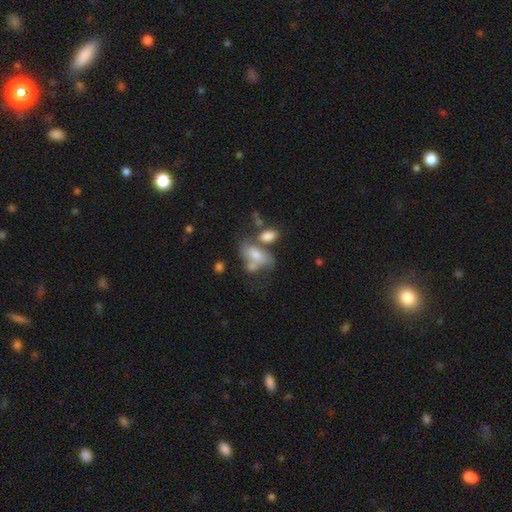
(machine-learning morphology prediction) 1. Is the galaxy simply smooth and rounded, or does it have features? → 59% smooth, 32% featured or disk, 9% star or artifact.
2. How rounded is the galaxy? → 88% in between, 8% round, 4% cigar-shaped.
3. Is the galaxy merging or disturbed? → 40% merger, 25% none, 18% major disturbance, 17% minor disturbance.